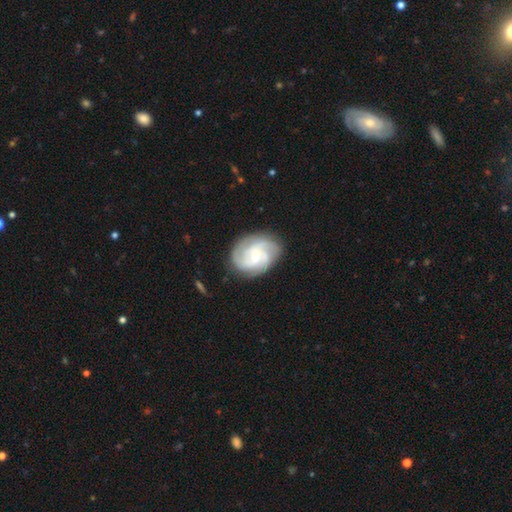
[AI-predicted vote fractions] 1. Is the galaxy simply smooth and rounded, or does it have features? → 82% featured or disk, 12% smooth, 5% star or artifact.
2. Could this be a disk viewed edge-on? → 98% no, 2% yes.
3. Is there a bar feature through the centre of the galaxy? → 56% no, 37% weak, 6% strong.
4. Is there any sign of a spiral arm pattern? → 96% yes, 4% no.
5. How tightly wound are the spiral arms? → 45% tight, 43% medium, 12% loose.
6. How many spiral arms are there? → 46% 3, 16% can't tell, 16% 2, 14% 4, 4% 1, 4% more than 4.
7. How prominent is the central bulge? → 59% small, 37% moderate, 2% large, 1% none, 1% dominant.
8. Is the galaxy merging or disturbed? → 78% none, 16% minor disturbance, 5% major disturbance, 1% merger.